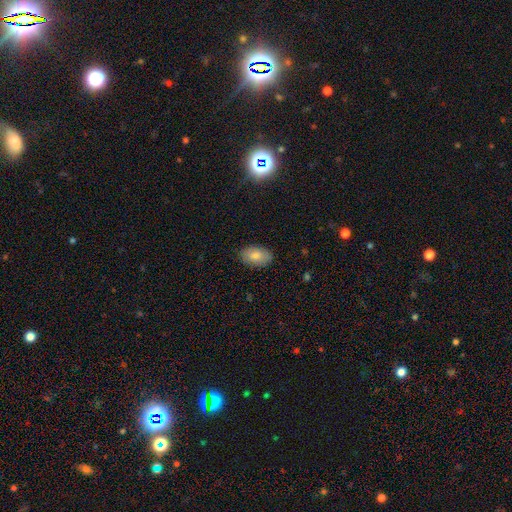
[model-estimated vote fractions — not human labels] smooth-or-featured: smooth: 84% | featured or disk: 9% | star or artifact: 7%
  how-rounded: in between: 92% | round: 6% | cigar-shaped: 1%
  merging: none: 87% | minor disturbance: 10% | major disturbance: 2% | merger: 1%